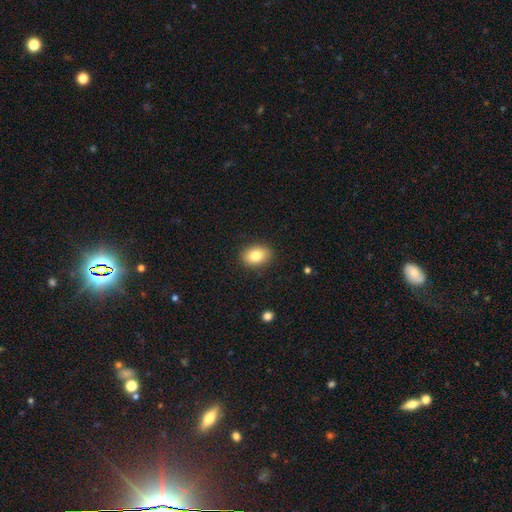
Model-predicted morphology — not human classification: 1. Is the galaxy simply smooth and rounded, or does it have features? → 82% smooth, 10% featured or disk, 8% star or artifact.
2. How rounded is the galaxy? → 76% in between, 23% round, 1% cigar-shaped.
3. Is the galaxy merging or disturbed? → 89% none, 8% minor disturbance, 2% major disturbance, 1% merger.